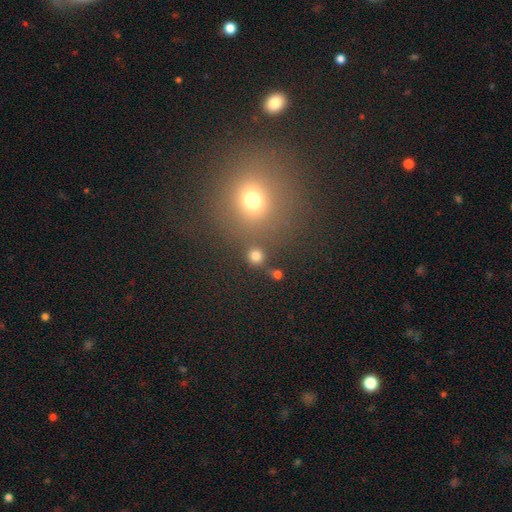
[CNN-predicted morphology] A smooth galaxy with no disk features (79%) that is round (91%). Merging: none (78%).